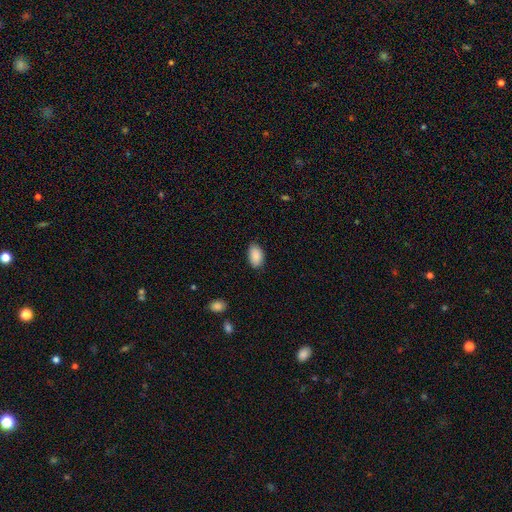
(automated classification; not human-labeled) smooth 88%, star or artifact 7%, featured or disk 5%. Down the decision tree: how rounded — in between (92%); merging — none (82%).